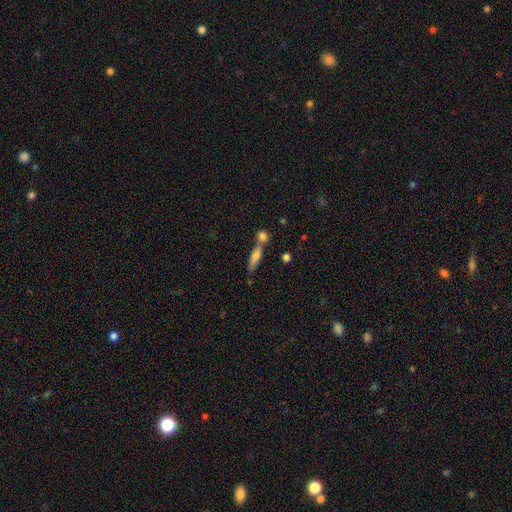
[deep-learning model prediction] This appears to be a smooth galaxy with no disk features (70%) that is cigar-shaped (60%). Merging: none (51%).